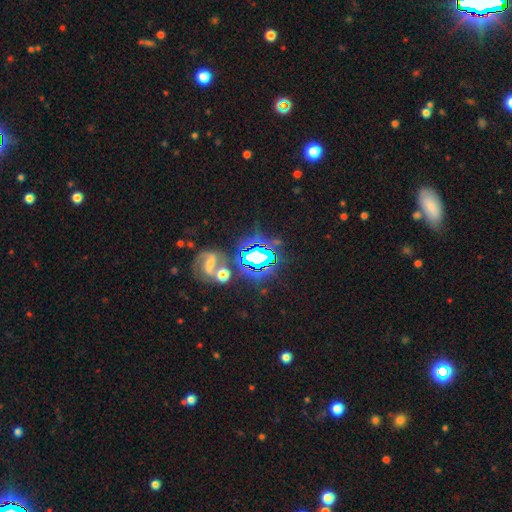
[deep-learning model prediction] This is likely a star or artifact rather than a galaxy (64%).